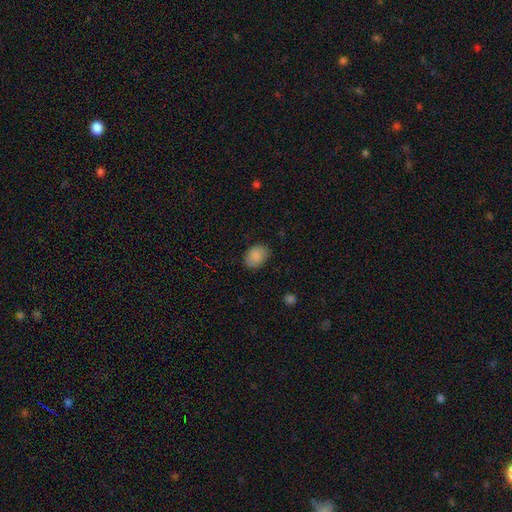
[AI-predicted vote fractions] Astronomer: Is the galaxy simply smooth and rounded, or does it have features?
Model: smooth — 87%.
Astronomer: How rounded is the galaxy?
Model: in between — 78%.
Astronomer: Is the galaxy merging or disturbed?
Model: none — 82%.